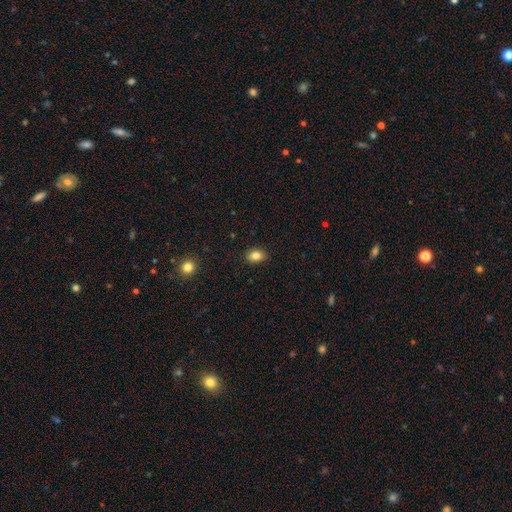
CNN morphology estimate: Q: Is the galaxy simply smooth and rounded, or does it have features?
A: smooth — 84%.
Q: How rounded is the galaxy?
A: in between — 71%.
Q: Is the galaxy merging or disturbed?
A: none — 89%.